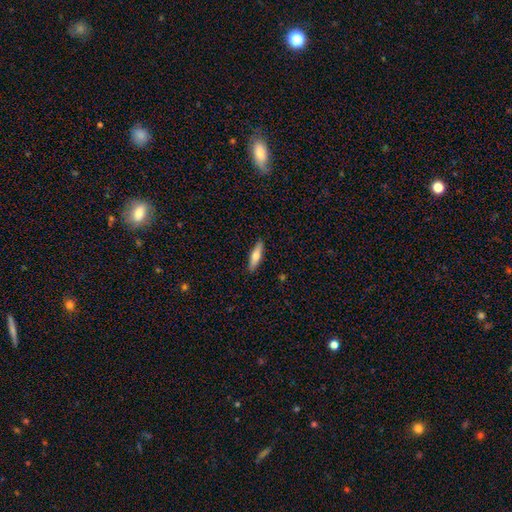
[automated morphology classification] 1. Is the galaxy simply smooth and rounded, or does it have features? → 67% smooth, 27% featured or disk, 6% star or artifact.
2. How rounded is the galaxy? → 65% cigar-shaped, 33% in between, 2% round.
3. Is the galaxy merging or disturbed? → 90% none, 8% minor disturbance, 2% major disturbance, 1% merger.